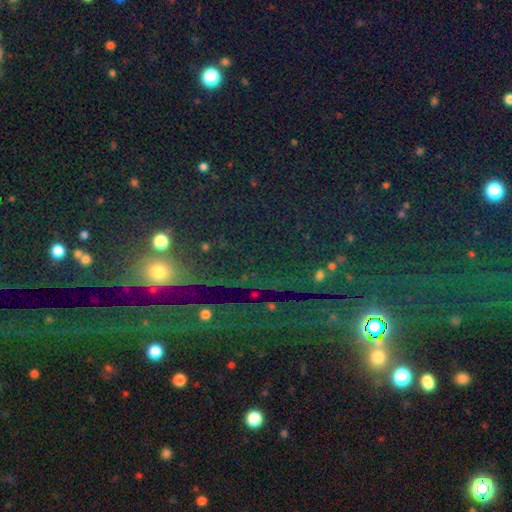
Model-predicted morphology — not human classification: Overall: star or artifact (75%).